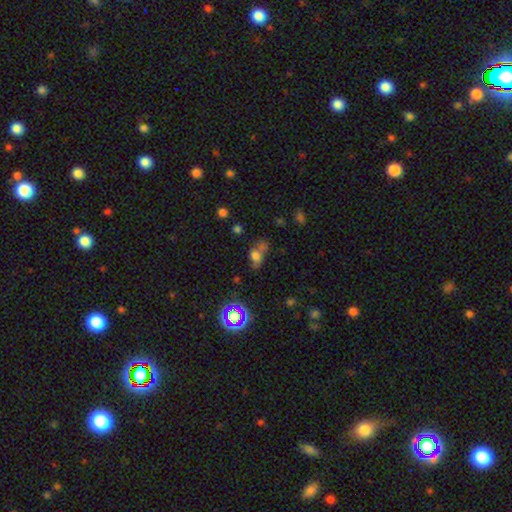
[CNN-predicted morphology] A smooth galaxy with no disk features (58%) that is in between round and cigar-shaped (65%).

Vote fractions:
- Smooth or featured? smooth: 58% / star or artifact: 23% / featured or disk: 19%
- How rounded? in between: 65% / round: 30% / cigar-shaped: 6%
- Merging? none: 37% / minor disturbance: 22% / merger: 21% / major disturbance: 20%